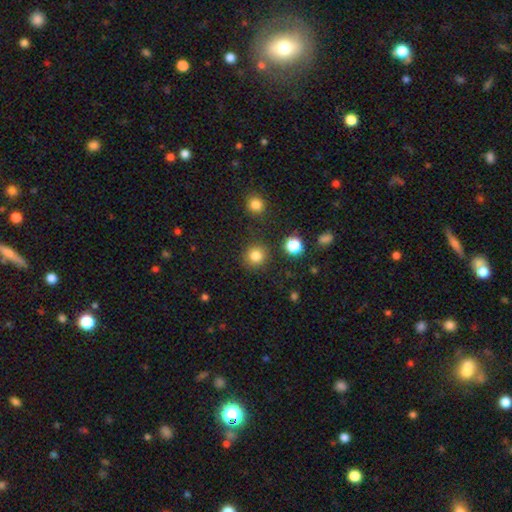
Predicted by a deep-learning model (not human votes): The model was most divided on "smooth or featured": smooth: 82%, star or artifact: 13%, featured or disk: 5%. More confident: how rounded — round (91%); merging — none (87%).